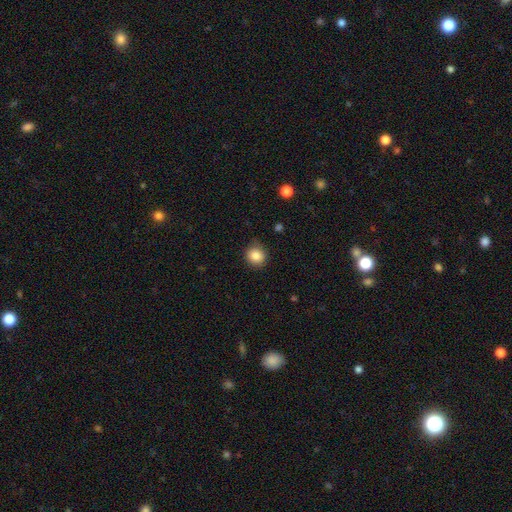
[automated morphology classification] smooth-or-featured: smooth: 85% | star or artifact: 10% | featured or disk: 5%
  how-rounded: round: 84% | in between: 15% | cigar-shaped: 1%
  merging: none: 82% | minor disturbance: 14% | major disturbance: 3% | merger: 1%